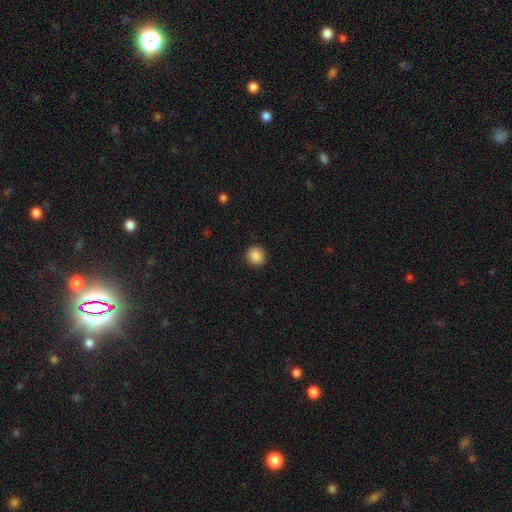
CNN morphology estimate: A smooth galaxy with no disk features (89%) that is round (90%). Merging: none (91%).